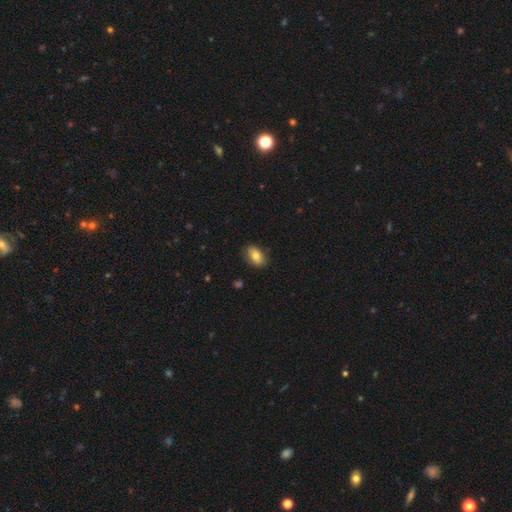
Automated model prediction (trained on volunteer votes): Smooth or featured? Predicted: smooth (p=0.76). How rounded? Predicted: in between (p=0.89). Merging? Predicted: none (p=0.82).